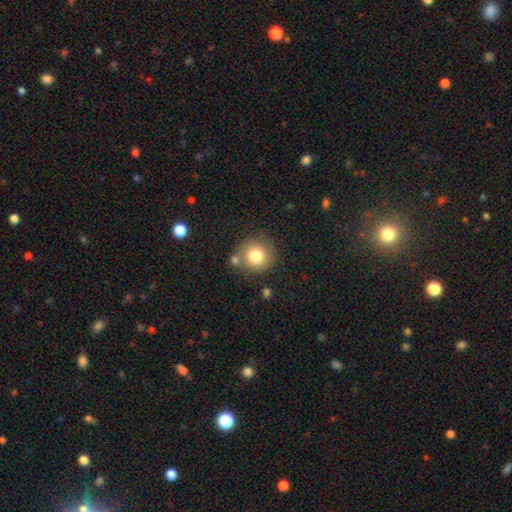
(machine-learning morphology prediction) smooth-or-featured: smooth: 79% | featured or disk: 11% | star or artifact: 10%
  how-rounded: round: 92% | in between: 7% | cigar-shaped: 1%
  merging: none: 71% | merger: 13% | minor disturbance: 12% | major disturbance: 4%